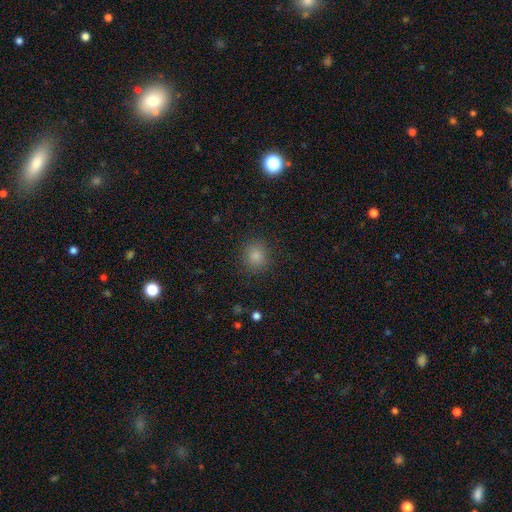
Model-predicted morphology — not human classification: Overall: smooth (80%). How rounded: round (85%). Merging: none (90%).